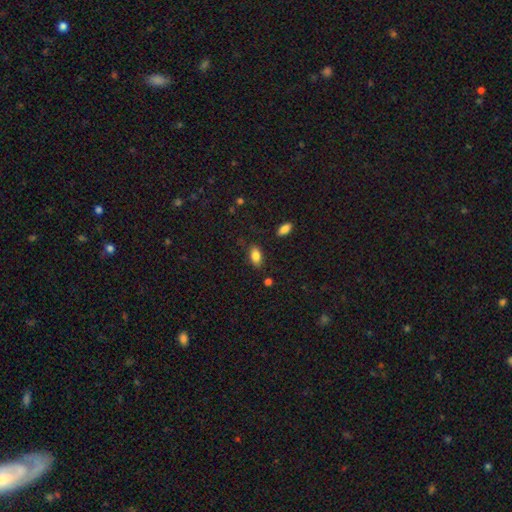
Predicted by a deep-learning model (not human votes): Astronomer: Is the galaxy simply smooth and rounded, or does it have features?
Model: smooth — 84%.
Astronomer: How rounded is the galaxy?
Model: in between — 89%.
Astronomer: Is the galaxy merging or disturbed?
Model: none — 80%.